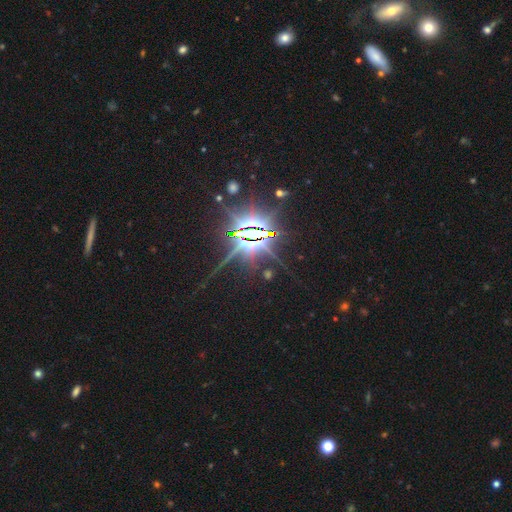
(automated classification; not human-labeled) star or artifact 86%, featured or disk 8%, smooth 5%.